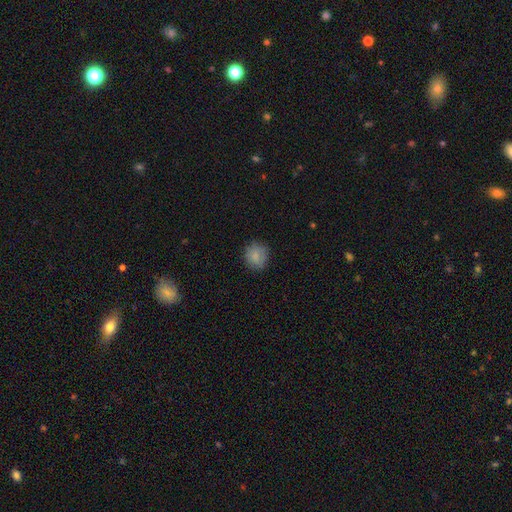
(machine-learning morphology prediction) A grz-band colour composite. It shows a smooth galaxy with no disk features (83%) that is round (82%). Merging: none (78%).